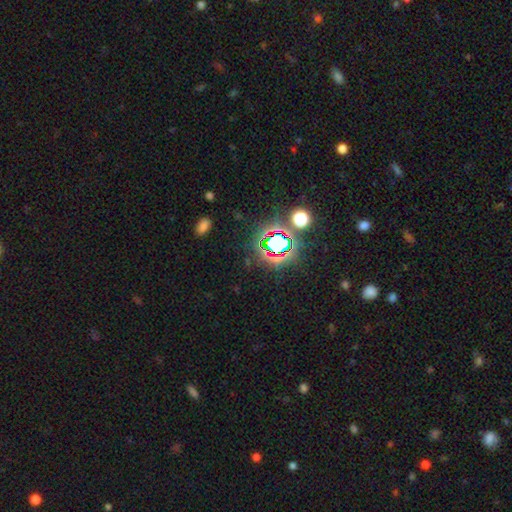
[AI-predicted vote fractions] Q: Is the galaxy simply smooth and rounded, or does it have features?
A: star or artifact — 78%.